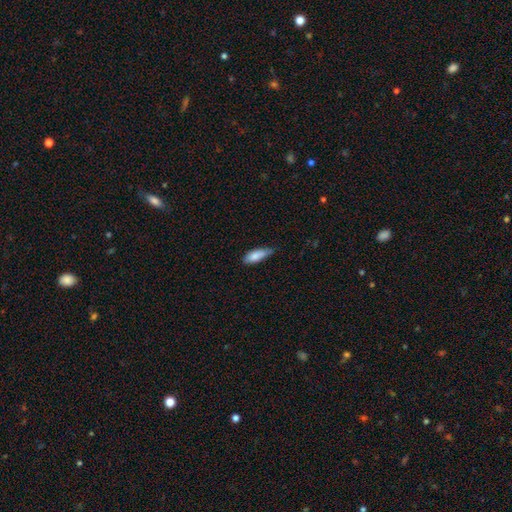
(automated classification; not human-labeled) This is clearly a smooth galaxy (83%). How rounded: likely in between (71%). Merging: possibly none (57%).